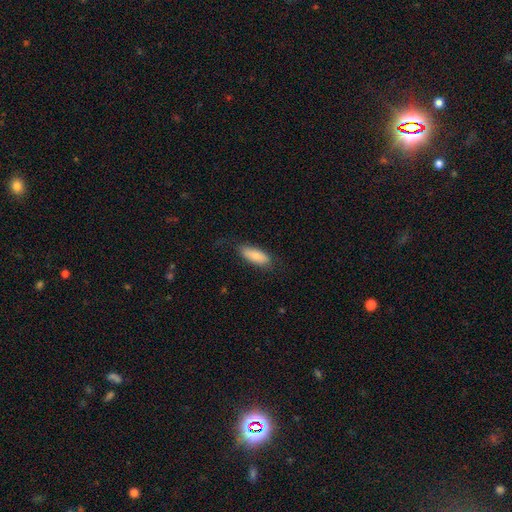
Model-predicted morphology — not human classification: A smooth galaxy with no disk features (80%) that is in between round and cigar-shaped (73%). Merging: none (78%).